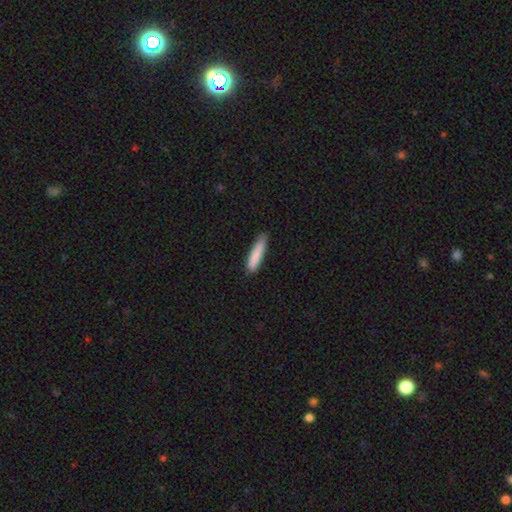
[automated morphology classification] Smooth or featured? Predicted: smooth (p=0.85). How rounded? Predicted: cigar-shaped (p=0.84). Merging? Predicted: none (p=0.79).